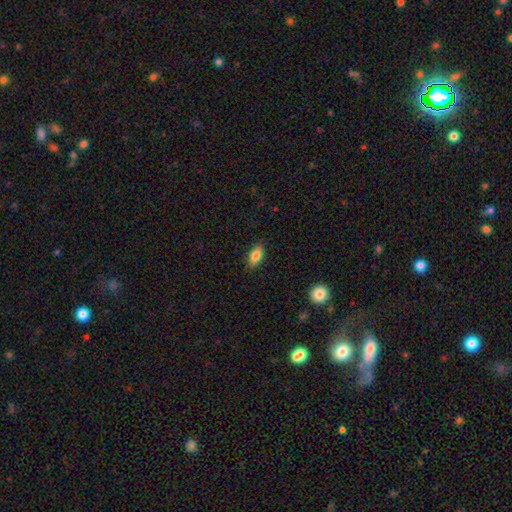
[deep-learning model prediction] Smooth or featured? Predicted: smooth (p=0.83). How rounded? Predicted: in between (p=0.87). Merging? Predicted: none (p=0.85).